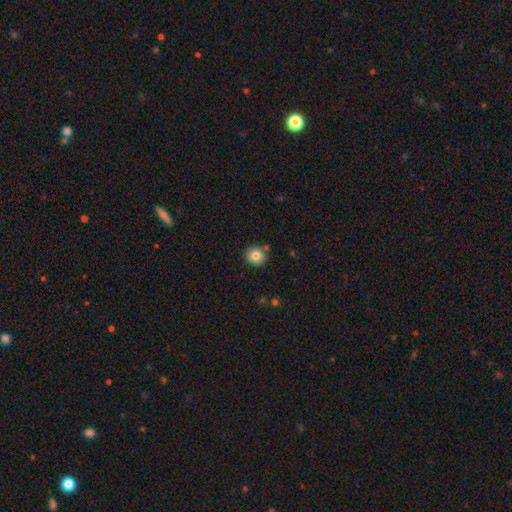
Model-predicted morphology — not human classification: Smooth or featured? smooth (84%)
How rounded? round (87%)
Merging? none (85%)